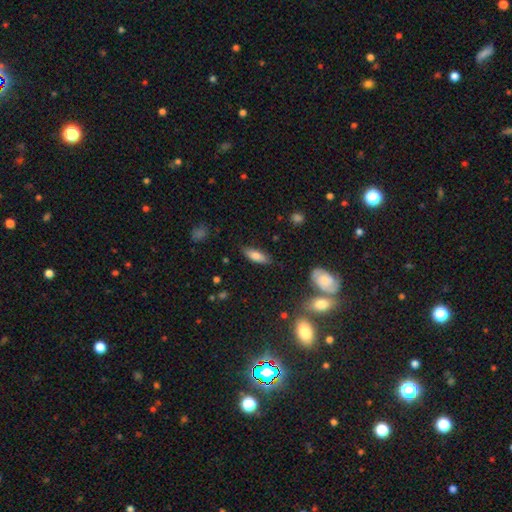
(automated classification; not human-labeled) The model was most divided on "how rounded": in between: 65%, cigar-shaped: 33%, round: 2%. More confident: merging — none (83%); smooth or featured — smooth (77%).